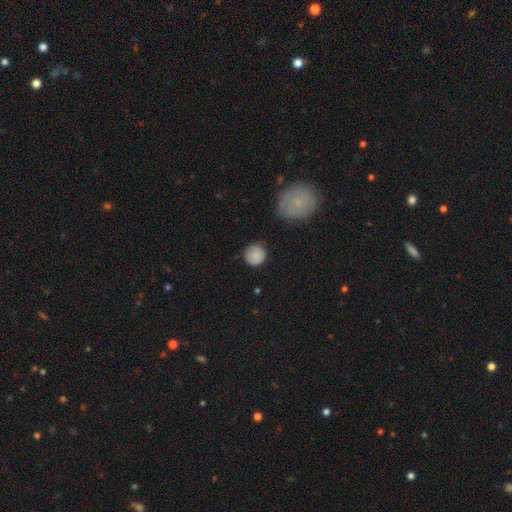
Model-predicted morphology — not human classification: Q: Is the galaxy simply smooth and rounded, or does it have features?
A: smooth — 82%.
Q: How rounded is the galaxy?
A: round — 92%.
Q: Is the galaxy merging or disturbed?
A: none — 80%.